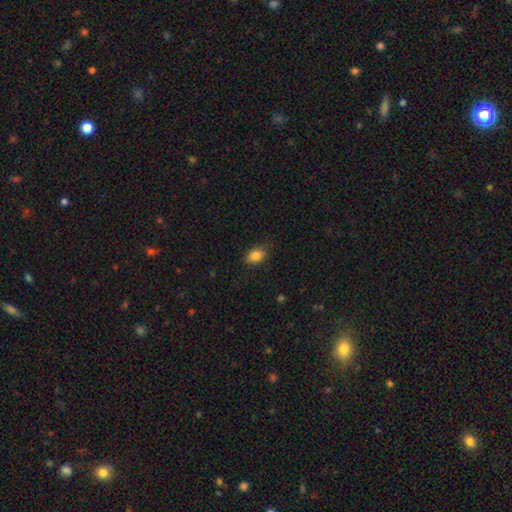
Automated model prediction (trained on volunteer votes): Smooth or featured? smooth (84%)
How rounded? in between (75%)
Merging? none (83%)